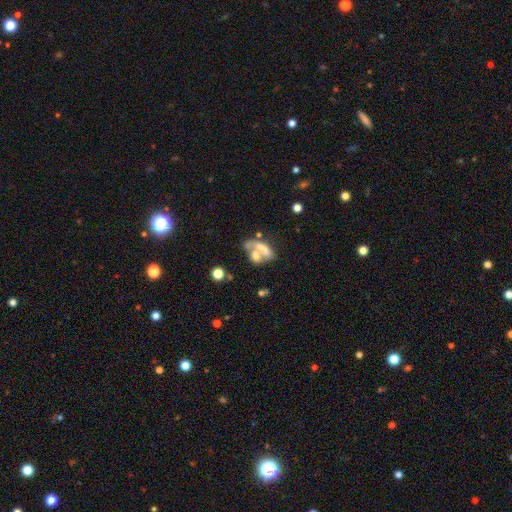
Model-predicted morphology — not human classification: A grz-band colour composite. It shows a smooth galaxy with no disk features (59%) that is in between round and cigar-shaped (76%). Merging: merger (55%).